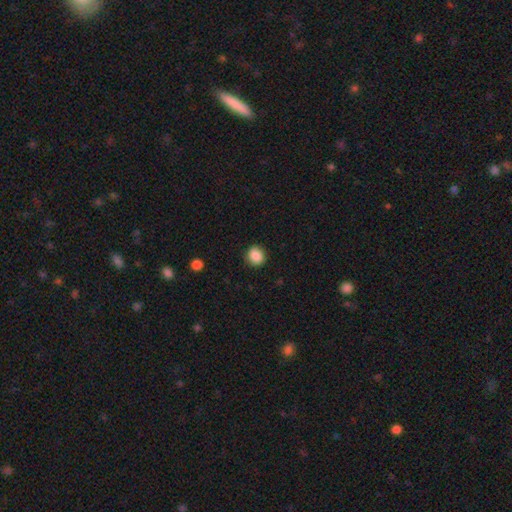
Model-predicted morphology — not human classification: The model was most divided on "how rounded": round: 78%, in between: 21%, cigar-shaped: 1%. More confident: merging — none (88%); smooth or featured — smooth (88%).